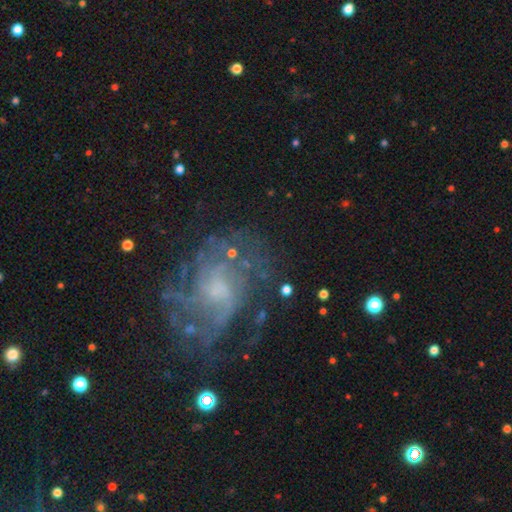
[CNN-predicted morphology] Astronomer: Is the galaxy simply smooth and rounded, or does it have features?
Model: featured or disk — 77%.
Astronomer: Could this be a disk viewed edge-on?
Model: no — 97%.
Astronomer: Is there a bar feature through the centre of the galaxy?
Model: no — 61%.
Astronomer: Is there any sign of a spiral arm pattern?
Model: yes — 88%.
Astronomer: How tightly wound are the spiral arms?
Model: medium — 44% (runner-up: tight, 35%).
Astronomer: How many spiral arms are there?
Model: can't tell — 38% (runner-up: 2, 20%).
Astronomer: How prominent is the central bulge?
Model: small — 40% (runner-up: moderate, 33%).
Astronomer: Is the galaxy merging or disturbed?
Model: none — 63%.